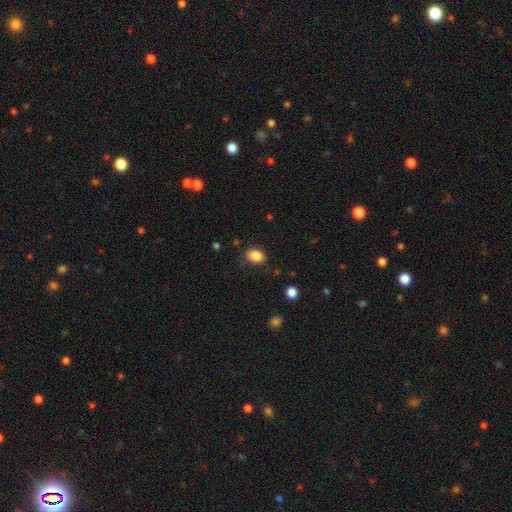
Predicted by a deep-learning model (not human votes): This is clearly a smooth galaxy (85%). How rounded: likely in between (74%). Merging: likely none (78%).